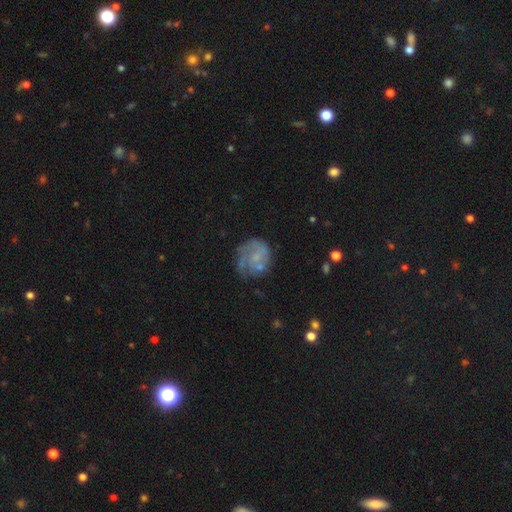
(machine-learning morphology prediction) Smooth or featured? Predicted: featured or disk (p=0.54). Edge-on disk? Predicted: no (p=0.98). Bar? Predicted: no (p=0.76). Spiral arms? Predicted: yes (p=0.57). Bulge size? Predicted: none (p=0.39, tied with small). Merging? Predicted: none (p=0.48).